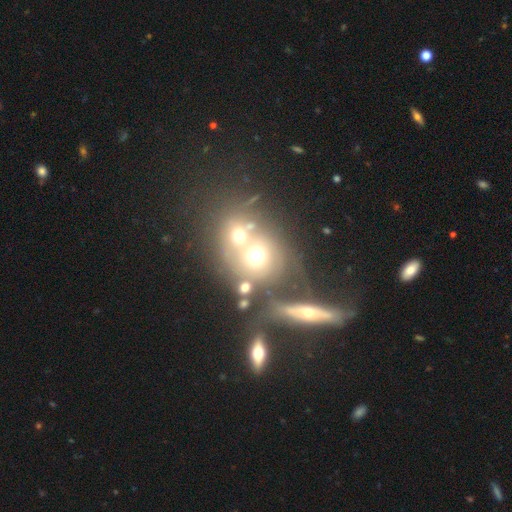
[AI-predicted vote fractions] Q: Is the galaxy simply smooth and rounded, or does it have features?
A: smooth — 50%.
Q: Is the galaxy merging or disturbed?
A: merger — 53%.